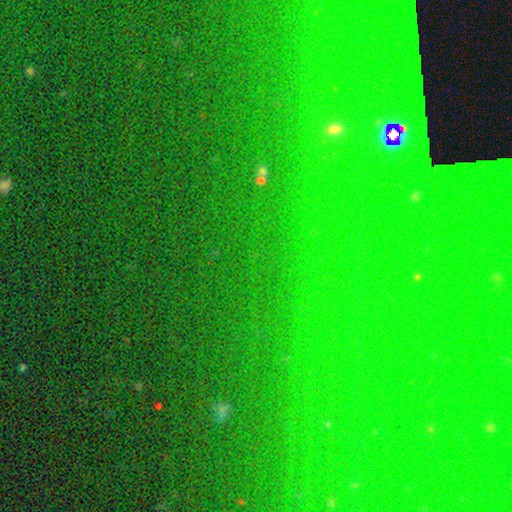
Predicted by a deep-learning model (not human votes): A star or artifact, not a galaxy (79%).